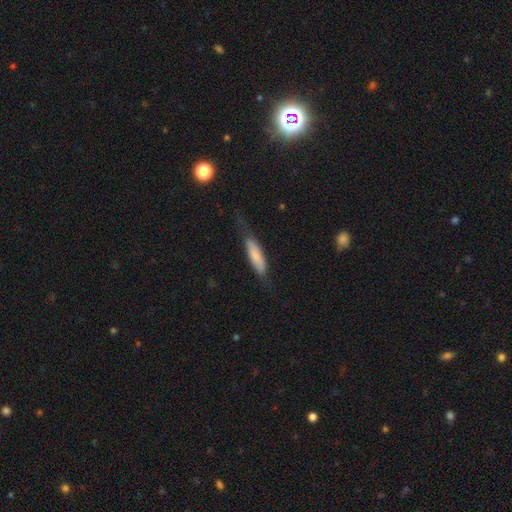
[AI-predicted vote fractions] Morphology: type=smooth (72%); roundness=cigar-shaped (63%); merging=none (58%).